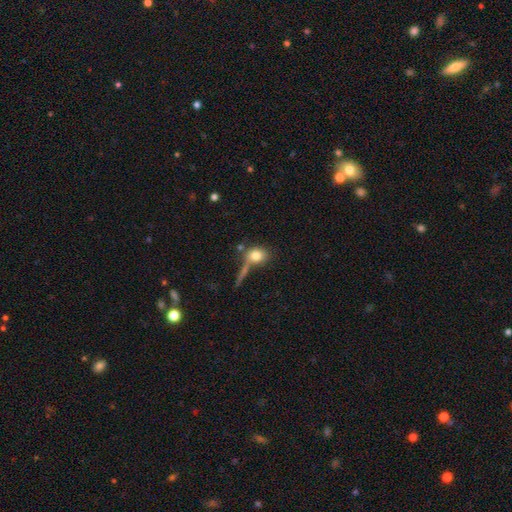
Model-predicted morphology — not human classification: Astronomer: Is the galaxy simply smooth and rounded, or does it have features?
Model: smooth — 77%.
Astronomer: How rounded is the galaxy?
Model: round — 54% (runner-up: in between, 42%).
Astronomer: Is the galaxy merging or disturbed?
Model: none — 51%.